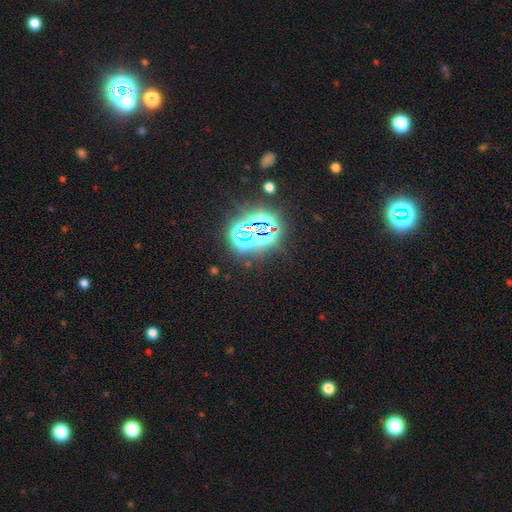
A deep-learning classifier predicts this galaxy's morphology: Smooth or featured: star or artifact — 80% (smooth — 13%)